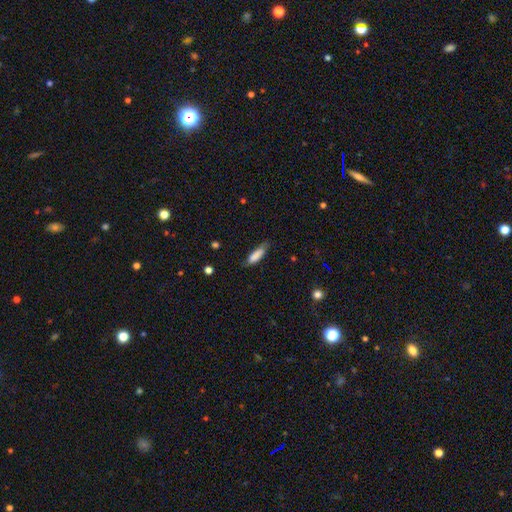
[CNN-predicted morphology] The model was most divided on "how rounded": cigar-shaped: 50%, in between: 49%, round: 2%. More confident: smooth or featured — smooth (82%); merging — none (63%).